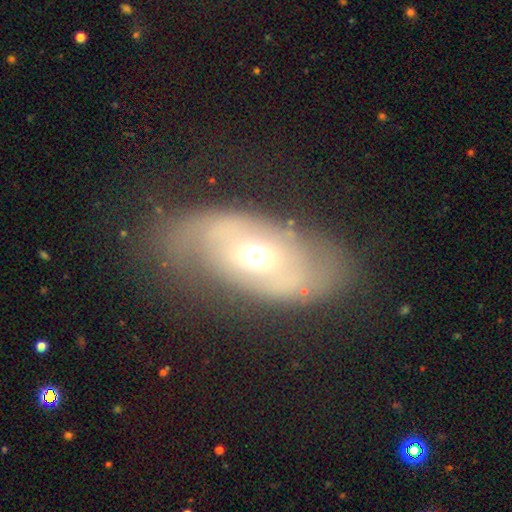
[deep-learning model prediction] Smooth or featured?
  - featured or disk: 67% *
  - smooth: 26%
  - star or artifact: 8%
Edge-on disk?
  - no: 90% *
  - yes: 10%
Bar?
  - no: 67% *
  - weak: 26%
  - strong: 8%
Spiral arms?
  - yes: 68% *
  - no: 32%
Bulge size?
  - moderate: 61% *
  - small: 30%
  - large: 6%
  - dominant: 1%
  - none: 1%
Merging?
  - none: 65% *
  - minor disturbance: 21%
  - major disturbance: 12%
  - merger: 2%